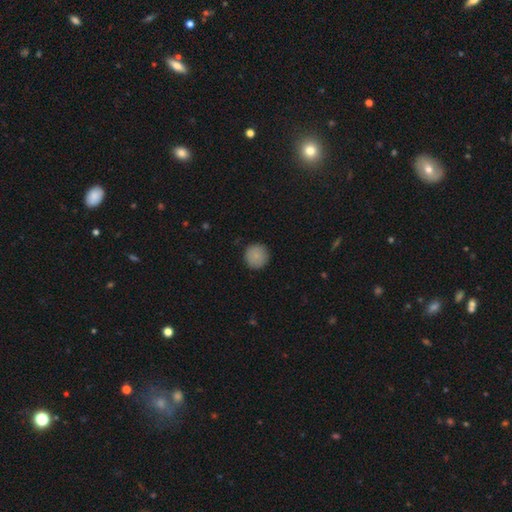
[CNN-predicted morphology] This is clearly a smooth galaxy (87%). How rounded: clearly round (95%). Merging: clearly none (90%).